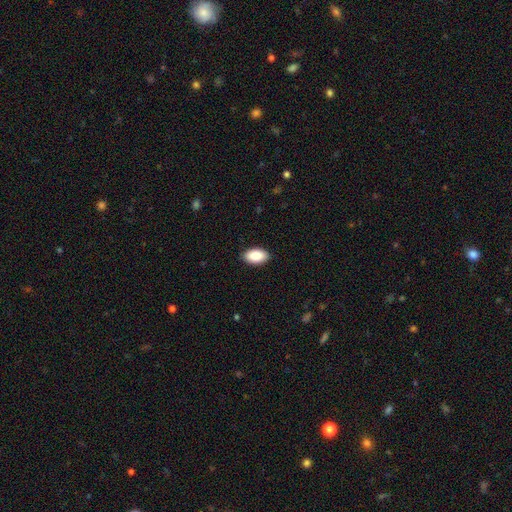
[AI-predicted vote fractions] Morphology: type=smooth (90%); roundness=in between (95%); merging=none (89%).